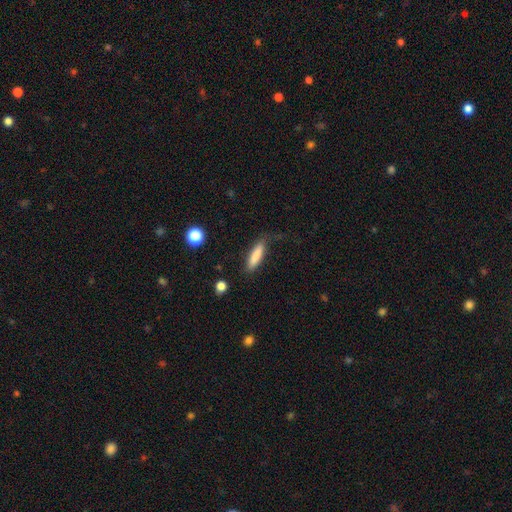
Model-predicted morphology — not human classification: This appears to be a smooth galaxy with no disk features (83%) that is cigar-shaped (70%). Merging: none (71%).